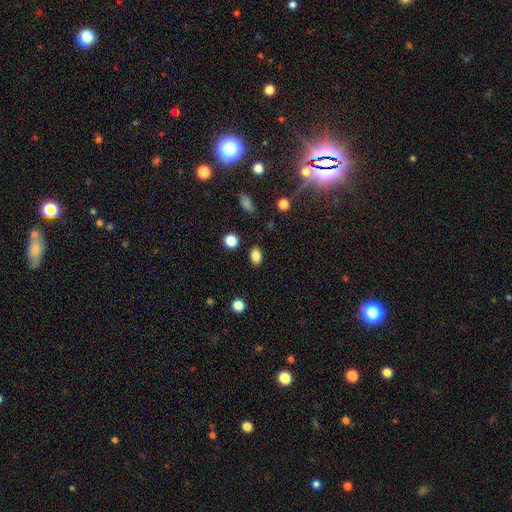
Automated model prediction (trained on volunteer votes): Q: Smooth or featured?
A: smooth (85%); runner-up: star or artifact (10%)
Q: How rounded?
A: in between (84%); runner-up: round (14%)
Q: Merging?
A: none (87%); runner-up: minor disturbance (9%)